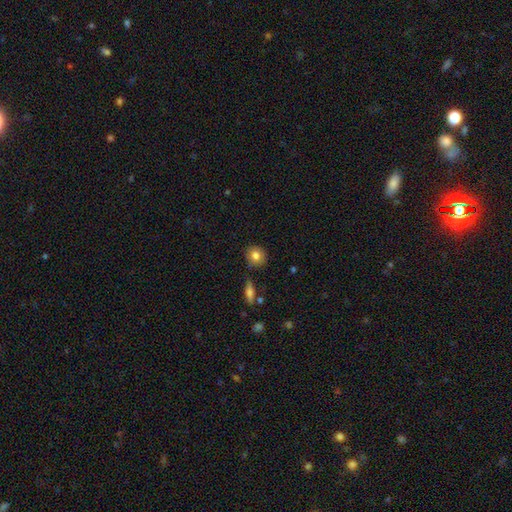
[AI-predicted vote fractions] Q: Smooth or featured?
A: smooth (81%); runner-up: featured or disk (10%)
Q: How rounded?
A: round (83%); runner-up: in between (16%)
Q: Merging?
A: none (83%); runner-up: minor disturbance (12%)